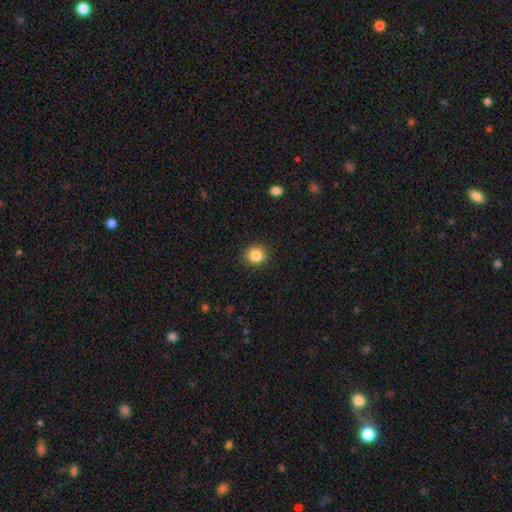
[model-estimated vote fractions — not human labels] Smooth or featured? smooth (85%)
How rounded? round (84%)
Merging? none (89%)